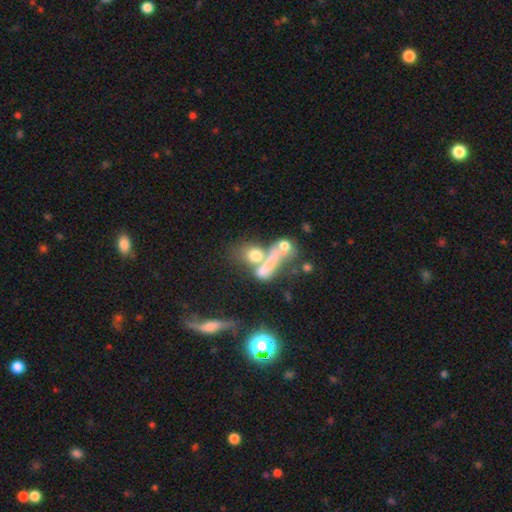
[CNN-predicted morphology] Smooth or featured? smooth (59%)
How rounded? in between (43%)
Merging? merger (50%)